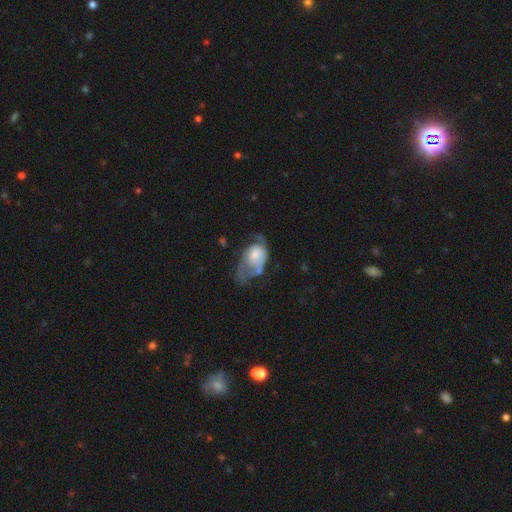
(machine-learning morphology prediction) Smooth or featured? featured or disk (50%)
Edge-on disk? no (96%)
Merging? major disturbance (51%)